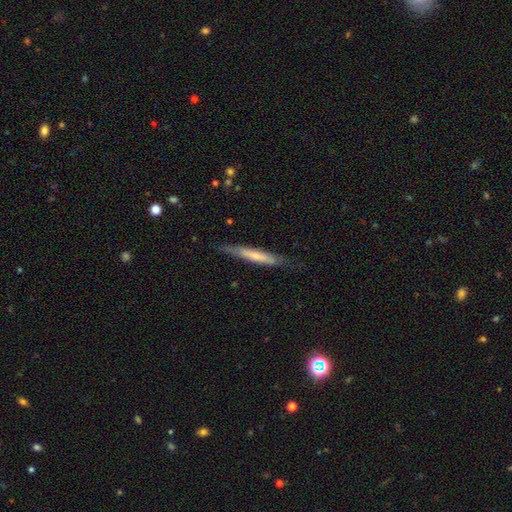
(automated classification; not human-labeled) smooth_or_featured: smooth (p=0.54) [alt: featured or disk p=0.40]
how_rounded: cigar-shaped (p=0.93) [alt: in between p=0.05]
merging: none (p=0.77) [alt: minor disturbance p=0.17]